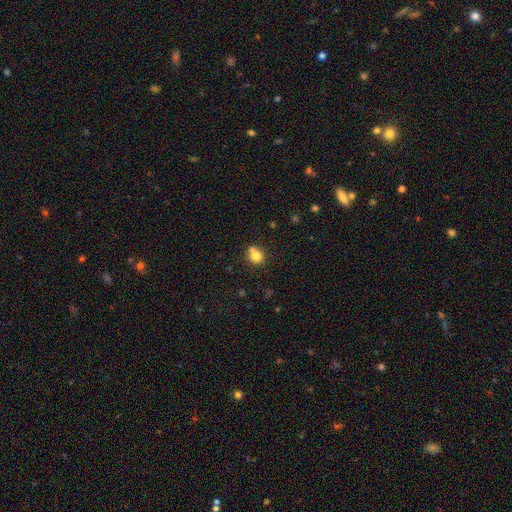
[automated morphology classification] smooth_or_featured: smooth (p=0.79) [alt: star or artifact p=0.11]
how_rounded: round (p=0.71) [alt: in between p=0.28]
merging: none (p=0.51) [alt: merger p=0.29]